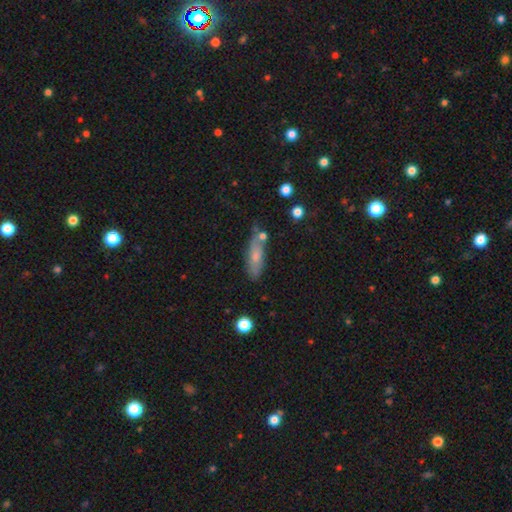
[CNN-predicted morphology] type=smooth (65%); roundness=in between (53%); merging=none (62%).